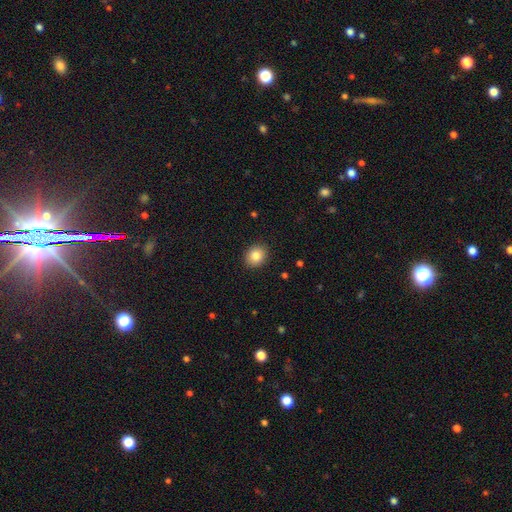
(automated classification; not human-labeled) A smooth galaxy with no disk features (85%) that is round (61%). Merging: none (90%).